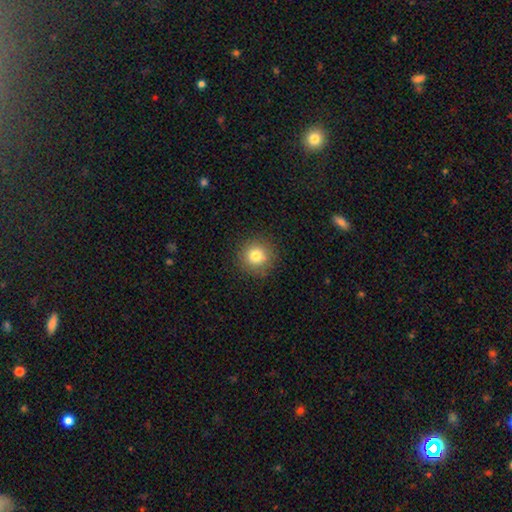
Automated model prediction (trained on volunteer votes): smooth_or_featured: smooth (p=0.80) [alt: star or artifact p=0.12]
how_rounded: round (p=0.94) [alt: in between p=0.06]
merging: none (p=0.89) [alt: minor disturbance p=0.07]